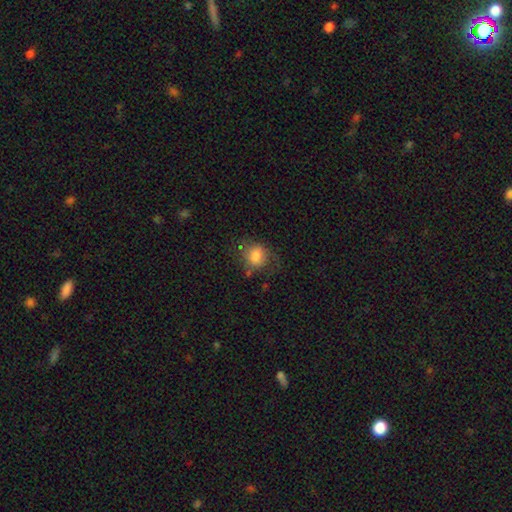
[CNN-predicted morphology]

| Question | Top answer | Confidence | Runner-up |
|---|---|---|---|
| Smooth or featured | smooth | 76% | featured or disk (15%) |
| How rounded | round | 59% | in between (40%) |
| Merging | none | 52% | minor disturbance (26%) |